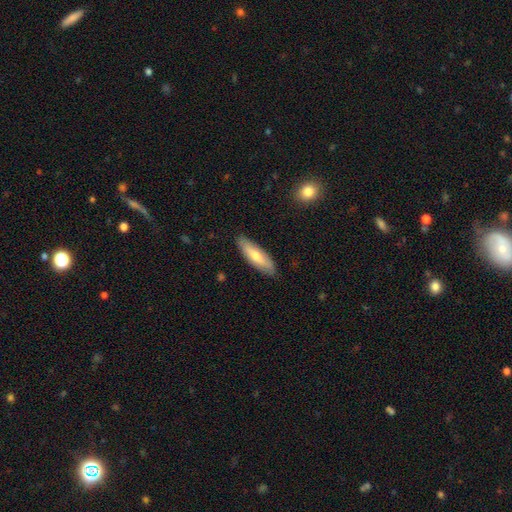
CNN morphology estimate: A smooth galaxy with no disk features (66%) that is cigar-shaped (52%).

Vote fractions:
- Smooth or featured? smooth: 66% / featured or disk: 28% / star or artifact: 6%
- How rounded? cigar-shaped: 52% / in between: 46% / round: 2%
- Merging? none: 86% / minor disturbance: 11% / major disturbance: 2% / merger: 1%